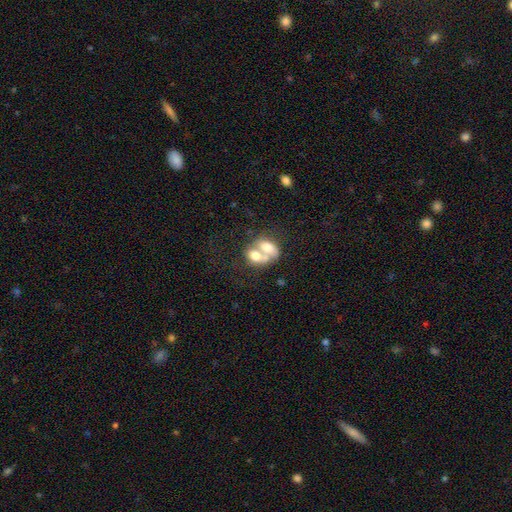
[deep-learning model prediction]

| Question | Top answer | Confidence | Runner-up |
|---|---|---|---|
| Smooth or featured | smooth | 60% | featured or disk (32%) |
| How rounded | in between | 71% | round (28%) |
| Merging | merger | 77% | none (12%) |